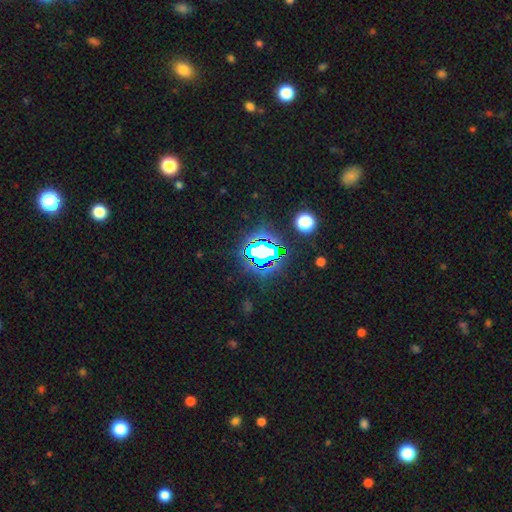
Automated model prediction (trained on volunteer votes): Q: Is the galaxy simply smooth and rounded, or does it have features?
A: star or artifact — 73%.